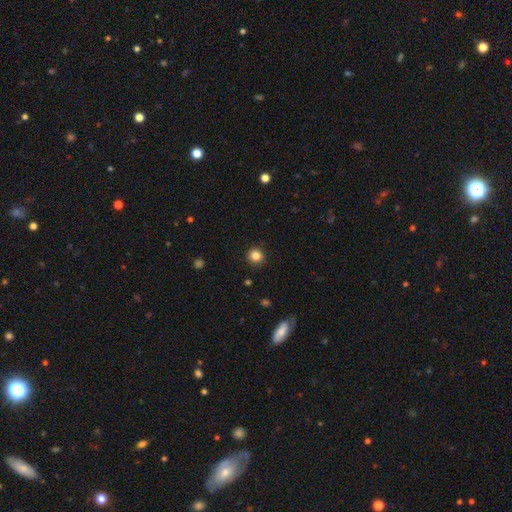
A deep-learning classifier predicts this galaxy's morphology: Smooth or featured?
  - smooth: 84% *
  - star or artifact: 11%
  - featured or disk: 5%
How rounded?
  - round: 92% *
  - in between: 7%
  - cigar-shaped: 1%
Merging?
  - none: 91% *
  - minor disturbance: 6%
  - major disturbance: 2%
  - merger: 1%